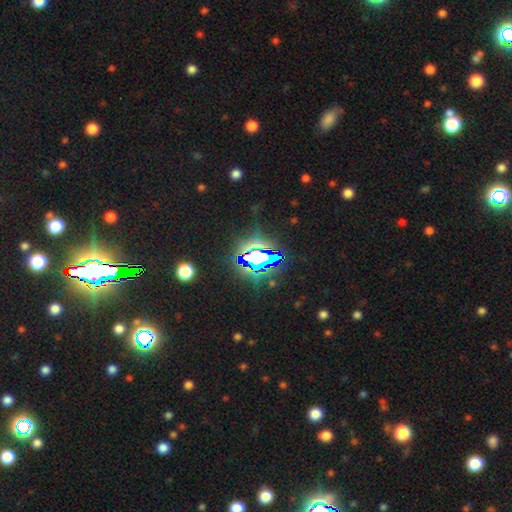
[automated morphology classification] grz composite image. It shows a star or artifact, not a galaxy (74%).